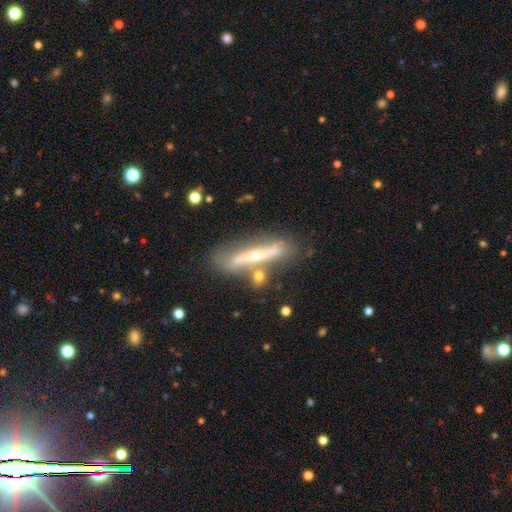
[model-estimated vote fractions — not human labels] Morphology: type=featured or disk (70%); edge-on=yes (79%); edge-on bulge=rounded (85%); merging=none (67%).